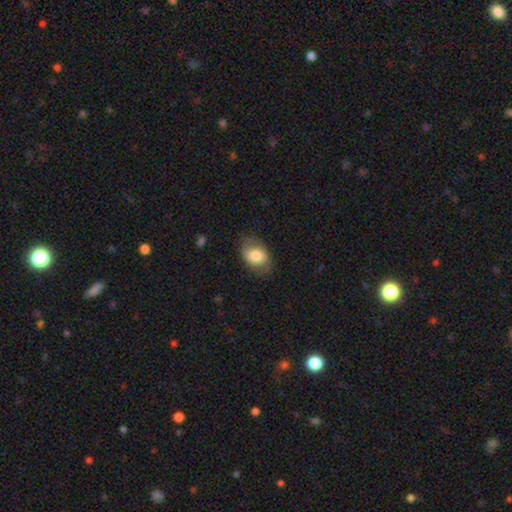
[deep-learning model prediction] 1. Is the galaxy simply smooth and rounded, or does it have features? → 78% smooth, 16% featured or disk, 7% star or artifact.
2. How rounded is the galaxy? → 79% in between, 19% round, 1% cigar-shaped.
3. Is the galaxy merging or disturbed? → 72% none, 20% minor disturbance, 7% major disturbance, 1% merger.